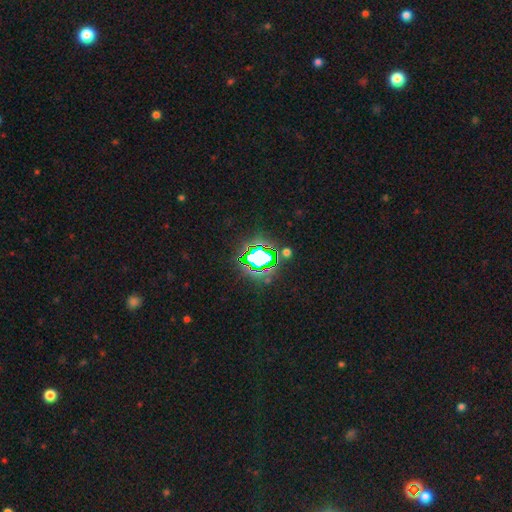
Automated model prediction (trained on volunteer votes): Q: Smooth or featured?
A: star or artifact (69%); runner-up: smooth (20%)